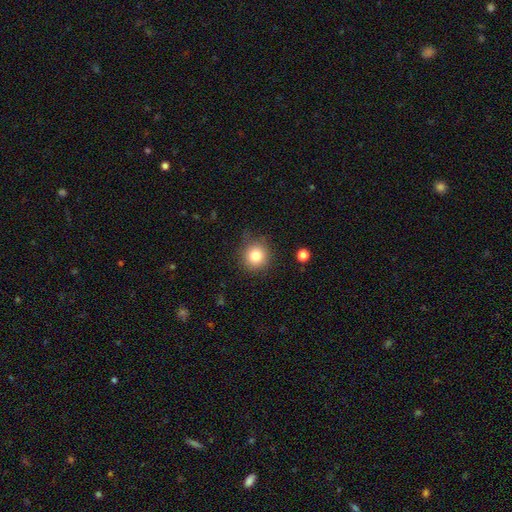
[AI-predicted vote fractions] The model was most divided on "merging": none: 82%, minor disturbance: 13%, major disturbance: 4%, merger: 2%. More confident: how rounded — round (91%); smooth or featured — smooth (81%).